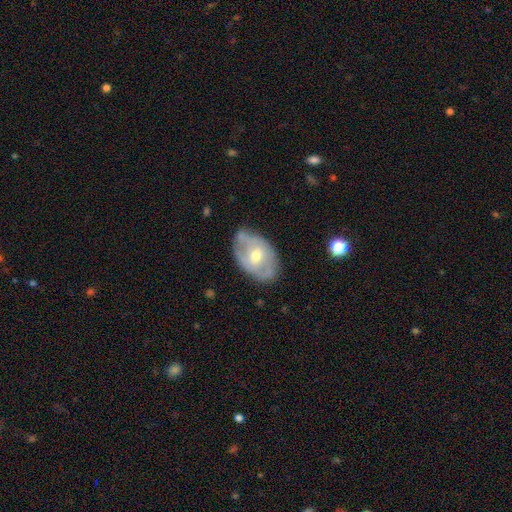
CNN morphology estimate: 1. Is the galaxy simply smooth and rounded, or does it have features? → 63% featured or disk, 31% smooth, 7% star or artifact.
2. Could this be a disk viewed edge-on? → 93% no, 7% yes.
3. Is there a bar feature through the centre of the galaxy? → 59% no, 32% weak, 9% strong.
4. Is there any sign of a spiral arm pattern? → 55% yes, 45% no.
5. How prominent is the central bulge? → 64% moderate, 31% small, 3% large, 1% none, 1% dominant.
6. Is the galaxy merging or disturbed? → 65% none, 26% minor disturbance, 7% major disturbance, 3% merger.